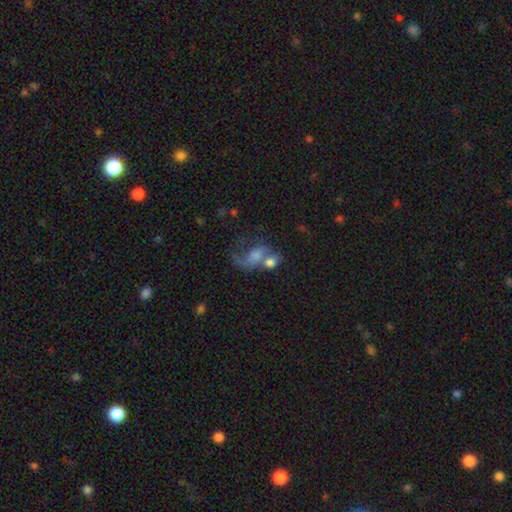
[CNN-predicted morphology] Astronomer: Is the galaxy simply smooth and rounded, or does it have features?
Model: featured or disk — 50% (runner-up: smooth, 36%).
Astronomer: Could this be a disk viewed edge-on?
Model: no — 96%.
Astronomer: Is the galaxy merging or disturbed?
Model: merger — 42% (runner-up: major disturbance, 25%).